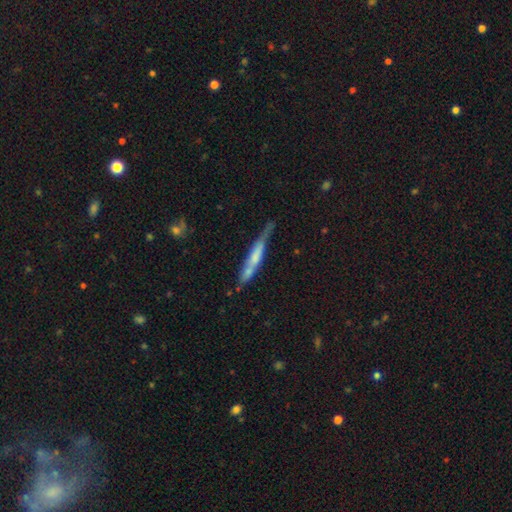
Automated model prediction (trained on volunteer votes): Smooth or featured? Predicted: smooth (p=0.49). Merging? Predicted: none (p=0.51).